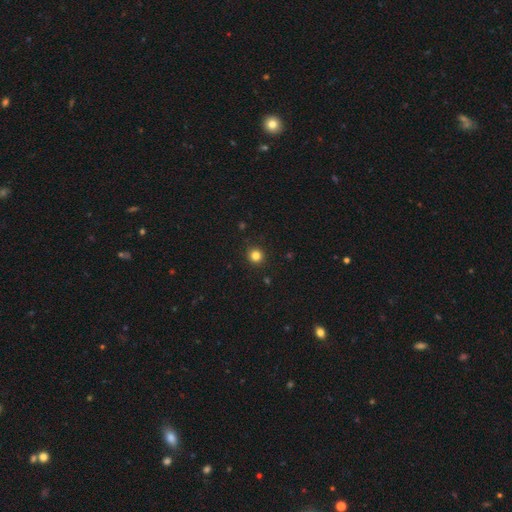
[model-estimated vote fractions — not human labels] Q: Smooth or featured?
A: smooth (83%); runner-up: star or artifact (13%)
Q: How rounded?
A: round (94%); runner-up: in between (6%)
Q: Merging?
A: none (92%); runner-up: minor disturbance (6%)